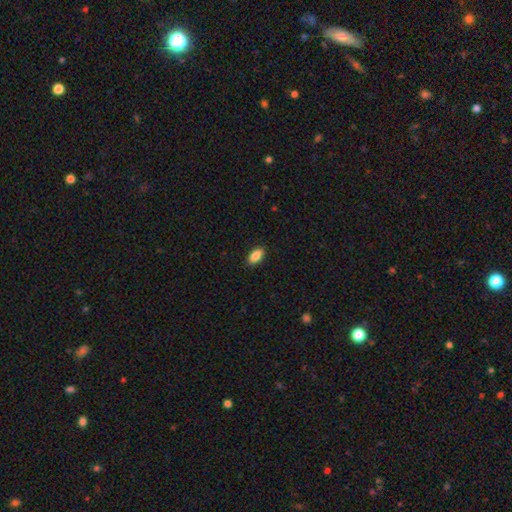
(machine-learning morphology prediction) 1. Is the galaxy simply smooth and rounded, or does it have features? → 86% smooth, 7% star or artifact, 6% featured or disk.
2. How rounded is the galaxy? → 90% in between, 7% cigar-shaped, 3% round.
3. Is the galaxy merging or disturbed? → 89% none, 8% minor disturbance, 2% major disturbance, 1% merger.